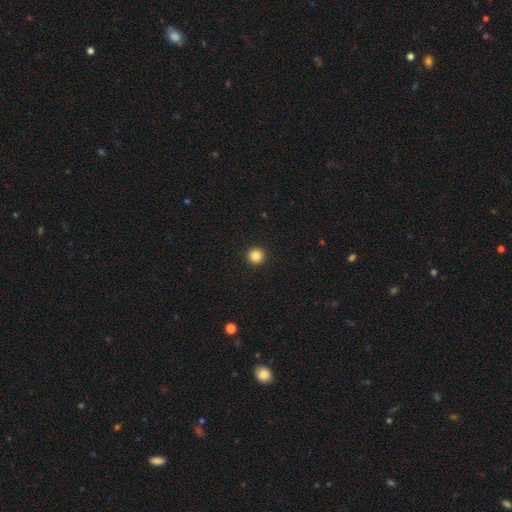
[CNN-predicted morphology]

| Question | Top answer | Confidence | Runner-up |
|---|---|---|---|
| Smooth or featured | smooth | 86% | star or artifact (10%) |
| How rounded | round | 96% | in between (3%) |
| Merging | none | 94% | minor disturbance (4%) |